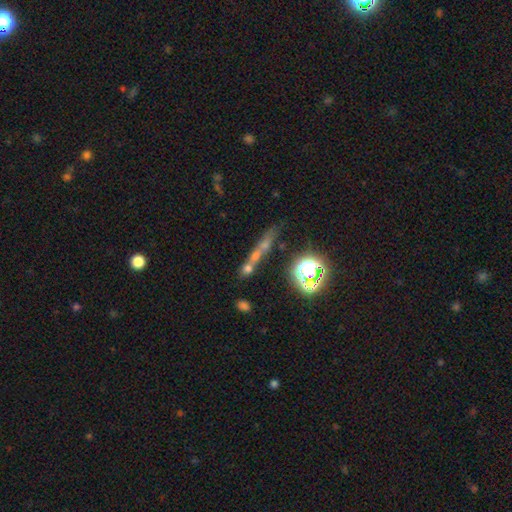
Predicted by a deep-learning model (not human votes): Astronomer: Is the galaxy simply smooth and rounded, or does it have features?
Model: smooth — 40% (runner-up: star or artifact, 32%).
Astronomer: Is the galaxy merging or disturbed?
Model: none — 51% (runner-up: merger, 29%).